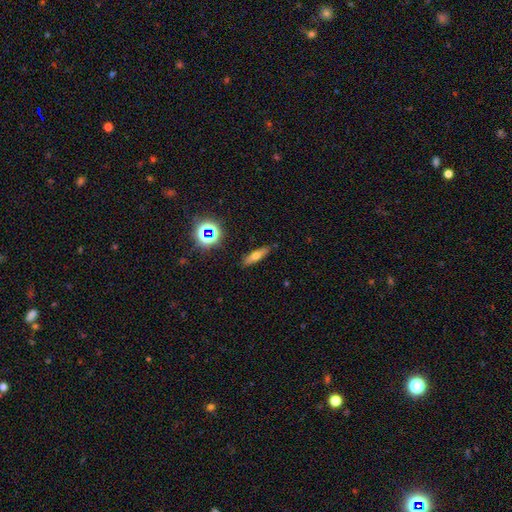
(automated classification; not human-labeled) A smooth galaxy with no disk features (56%) that is cigar-shaped (63%).

Vote fractions:
- Smooth or featured? smooth: 56% / featured or disk: 30% / star or artifact: 14%
- How rounded? cigar-shaped: 63% / in between: 32% / round: 5%
- Merging? none: 87% / minor disturbance: 9% / major disturbance: 2% / merger: 2%